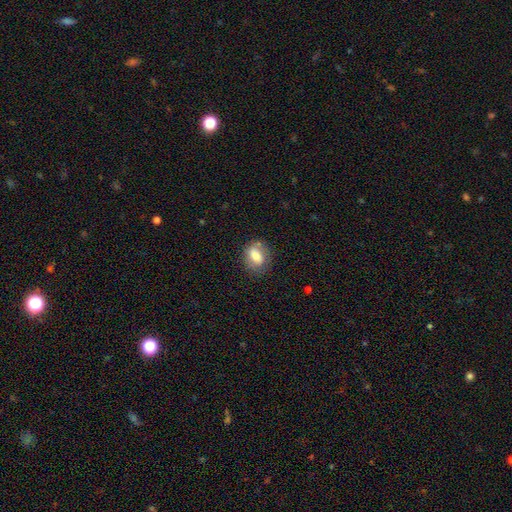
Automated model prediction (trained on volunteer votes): Smooth or featured: smooth — 70% (featured or disk — 22%)
How rounded: in between — 69% (round — 28%)
Merging: none — 67% (minor disturbance — 22%)